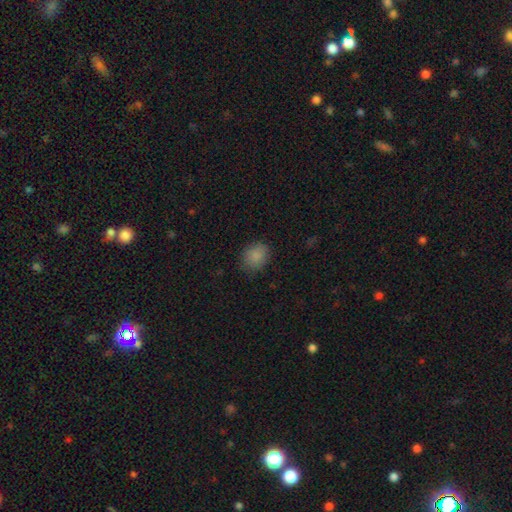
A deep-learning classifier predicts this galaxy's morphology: smooth 86%, star or artifact 10%, featured or disk 5%. Down the decision tree: how rounded — round (53%); merging — none (82%).